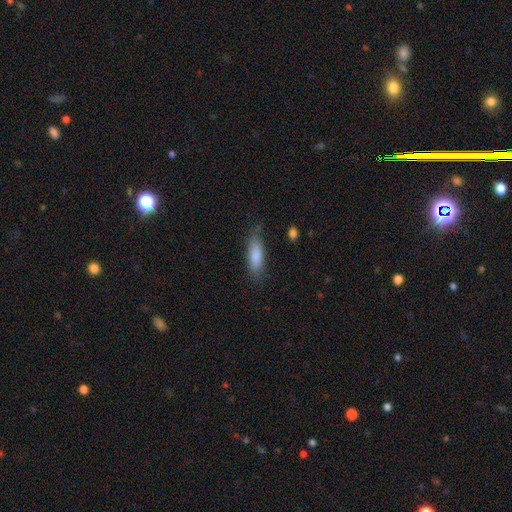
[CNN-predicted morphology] Q: Smooth or featured?
A: smooth (84%); runner-up: featured or disk (10%)
Q: How rounded?
A: in between (51%); runner-up: cigar-shaped (48%)
Q: Merging?
A: none (74%); runner-up: minor disturbance (19%)